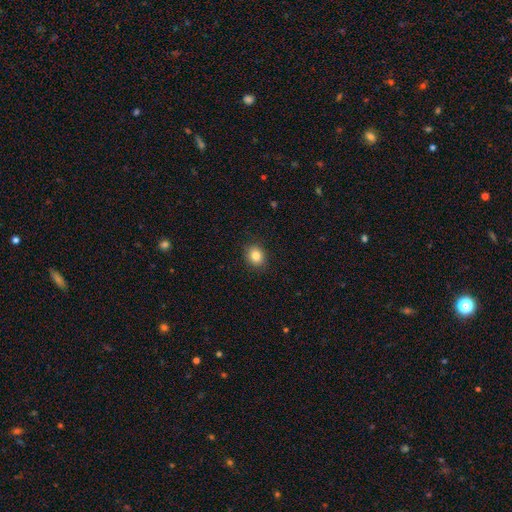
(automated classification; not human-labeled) smooth_or_featured: smooth (p=0.84) [alt: star or artifact p=0.10]
how_rounded: round (p=0.59) [alt: in between p=0.40]
merging: none (p=0.89) [alt: minor disturbance p=0.08]